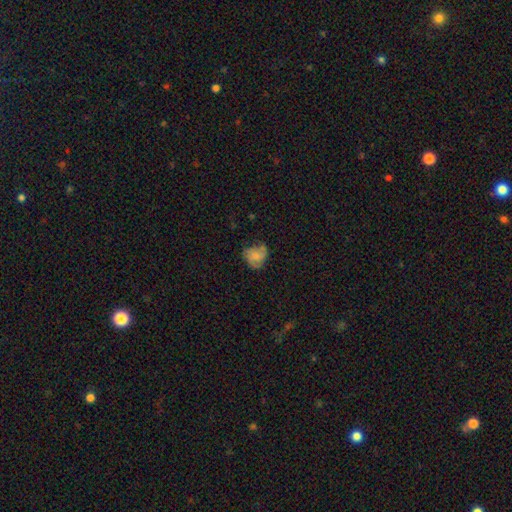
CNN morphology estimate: Smooth or featured?
  - smooth: 55% *
  - featured or disk: 35%
  - star or artifact: 10%
How rounded?
  - round: 61% *
  - in between: 38%
  - cigar-shaped: 1%
Merging?
  - none: 51% *
  - minor disturbance: 30%
  - major disturbance: 16%
  - merger: 2%